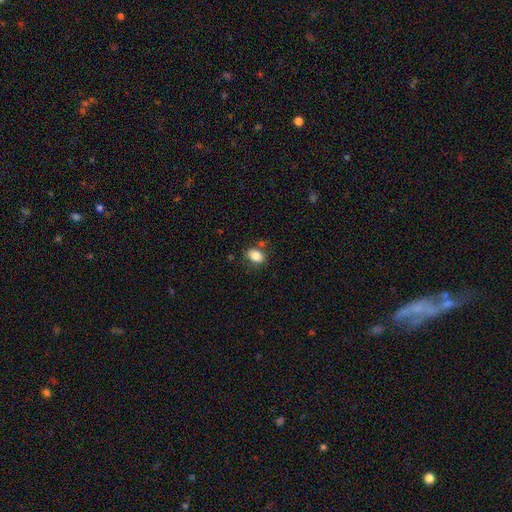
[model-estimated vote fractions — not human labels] Smooth or featured?
  - smooth: 83% *
  - star or artifact: 9%
  - featured or disk: 8%
How rounded?
  - in between: 77% *
  - round: 22%
  - cigar-shaped: 1%
Merging?
  - none: 73% *
  - minor disturbance: 16%
  - merger: 7%
  - major disturbance: 4%